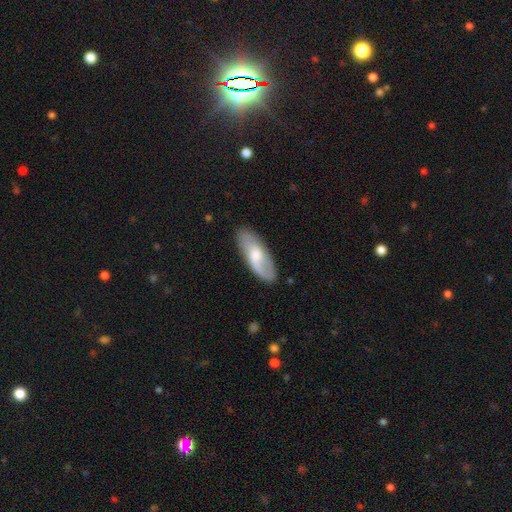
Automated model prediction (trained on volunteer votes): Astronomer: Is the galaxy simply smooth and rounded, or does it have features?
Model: smooth — 48% (runner-up: featured or disk, 47%).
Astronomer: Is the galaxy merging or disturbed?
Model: none — 80%.